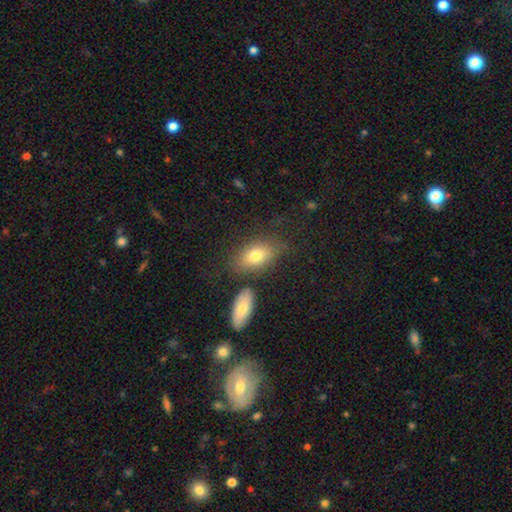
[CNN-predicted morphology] A smooth galaxy with no disk features (76%) that is in between round and cigar-shaped (85%). Merging: none (67%).